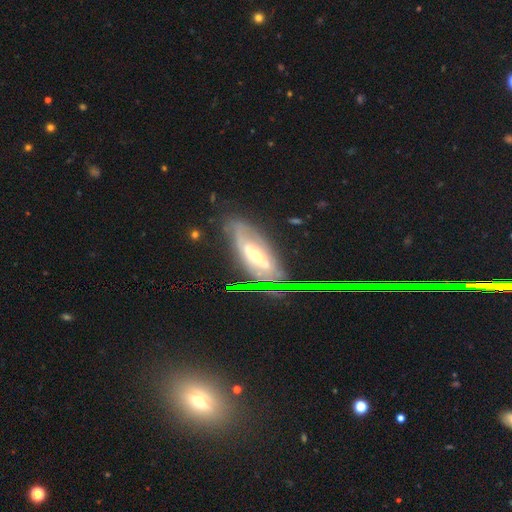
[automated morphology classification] smooth-or-featured: featured or disk: 72% | smooth: 16% | star or artifact: 12%
  disk-edge-on: no: 75% | yes: 25%
    bar: no: 52% | weak: 31% | strong: 17%
    has-spiral-arms: yes: 74% | no: 26%
    bulge-size: small: 48% | moderate: 46% | large: 3% | none: 1% | dominant: 1%
  merging: none: 69% | minor disturbance: 19% | major disturbance: 8% | merger: 3%